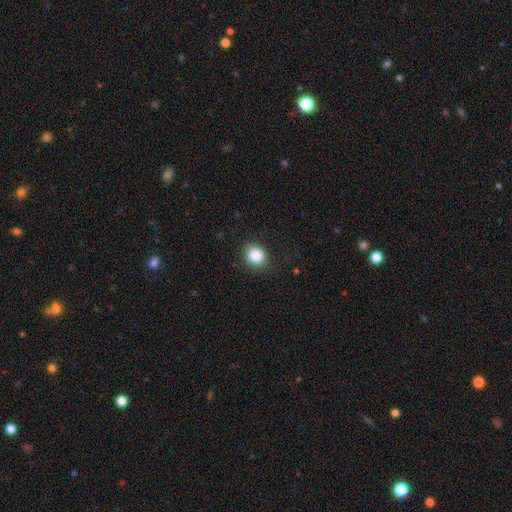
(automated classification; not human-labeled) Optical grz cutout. It shows a smooth galaxy with no disk features (83%) that is round (68%). Merging: none (86%).